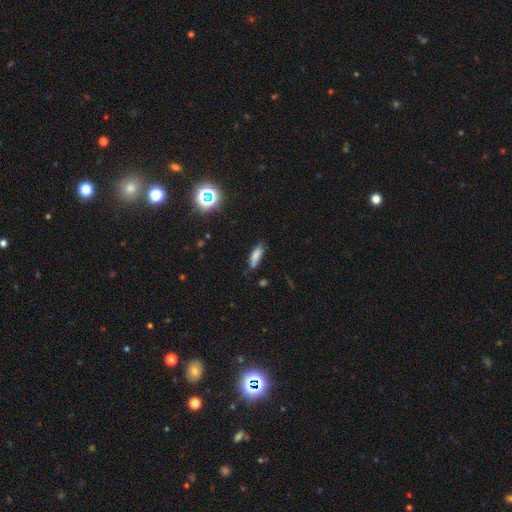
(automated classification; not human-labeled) A smooth galaxy with no disk features (76%) that is cigar-shaped (54%). Merging: none (73%).